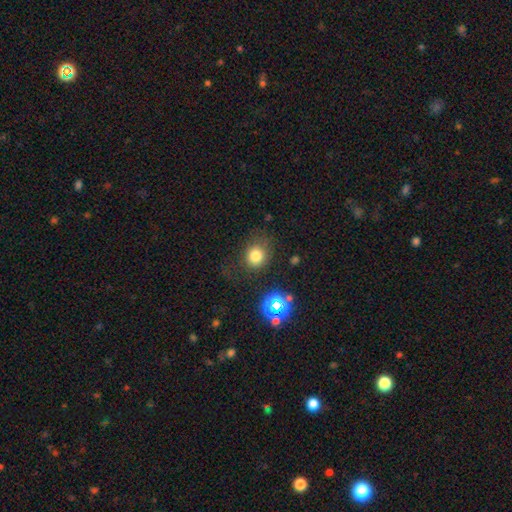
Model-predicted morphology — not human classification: Smooth or featured? Predicted: smooth (p=0.77). How rounded? Predicted: round (p=0.77). Merging? Predicted: none (p=0.69).